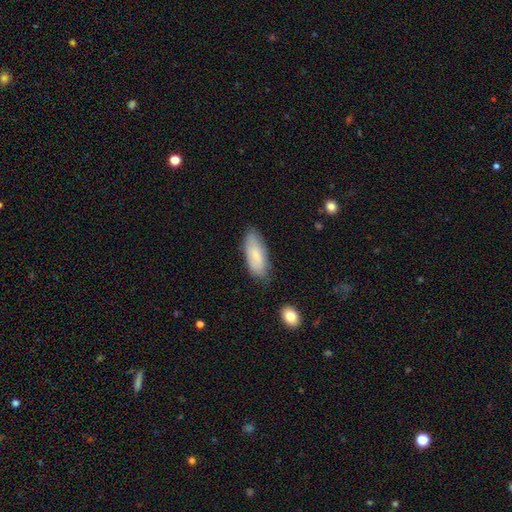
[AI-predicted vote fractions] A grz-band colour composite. It shows a smooth galaxy with no disk features (74%) that is in between round and cigar-shaped (79%). Merging: none (73%).